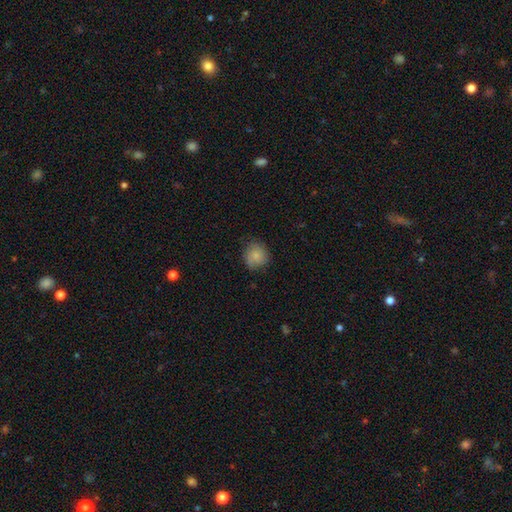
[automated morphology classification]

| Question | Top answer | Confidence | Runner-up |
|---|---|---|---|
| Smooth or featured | smooth | 80% | featured or disk (12%) |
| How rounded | round | 86% | in between (13%) |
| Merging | none | 76% | minor disturbance (19%) |